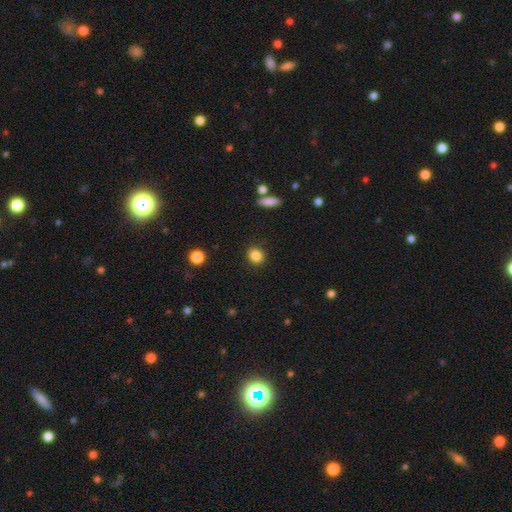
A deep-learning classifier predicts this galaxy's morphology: This appears to be a smooth galaxy with no disk features (86%) that is round (73%). Merging: none (90%).